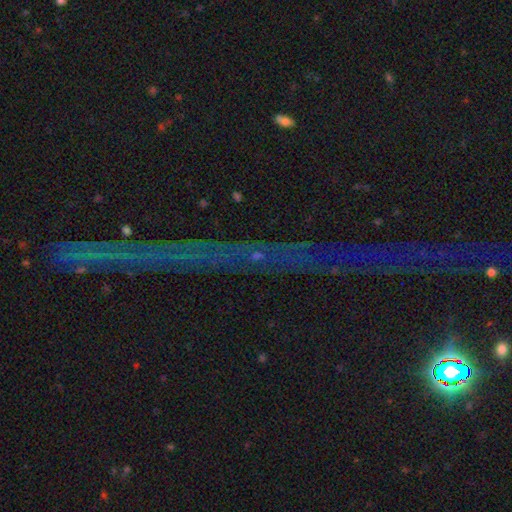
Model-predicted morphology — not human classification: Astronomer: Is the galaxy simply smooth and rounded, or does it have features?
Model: star or artifact — 81%.